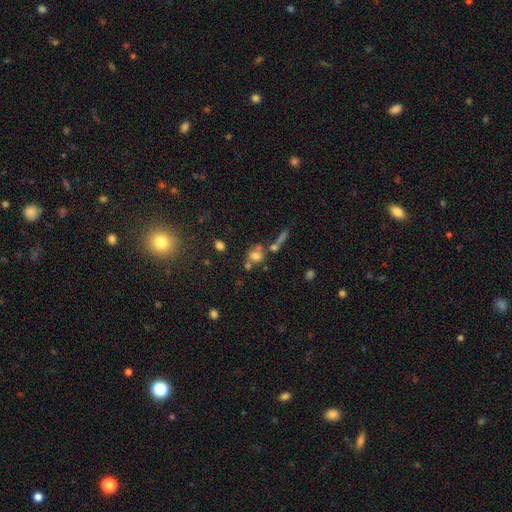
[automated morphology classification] Smooth or featured?
  - smooth: 66% *
  - star or artifact: 17%
  - featured or disk: 17%
How rounded?
  - round: 66% *
  - in between: 31%
  - cigar-shaped: 3%
Merging?
  - none: 46% *
  - merger: 36%
  - minor disturbance: 11%
  - major disturbance: 7%